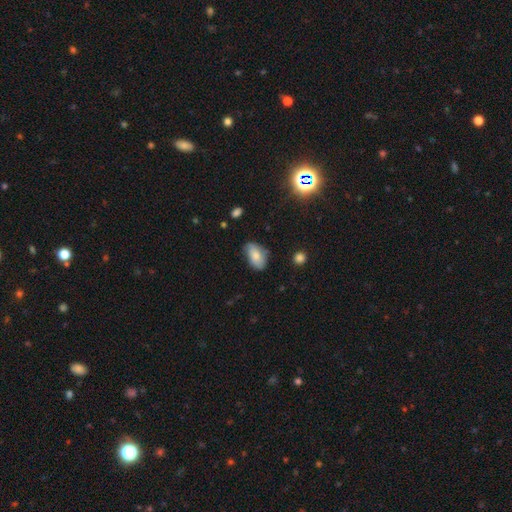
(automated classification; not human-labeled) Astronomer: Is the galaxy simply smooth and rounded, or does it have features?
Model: smooth — 71%.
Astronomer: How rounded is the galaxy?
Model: in between — 91%.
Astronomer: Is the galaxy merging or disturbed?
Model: none — 61%.